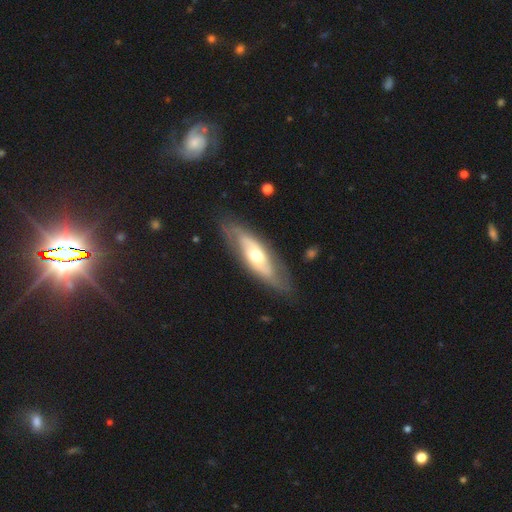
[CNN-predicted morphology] Q: Smooth or featured?
A: featured or disk (65%); runner-up: smooth (31%)
Q: Edge-on disk?
A: no (74%); runner-up: yes (26%)
Q: Merging?
A: none (78%); runner-up: minor disturbance (15%)